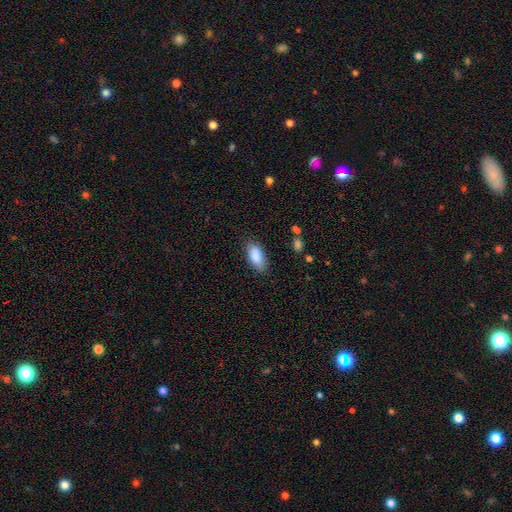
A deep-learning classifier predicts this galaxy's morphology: smooth 88%, star or artifact 7%, featured or disk 5%. Down the decision tree: how rounded — in between (91%); merging — none (79%).